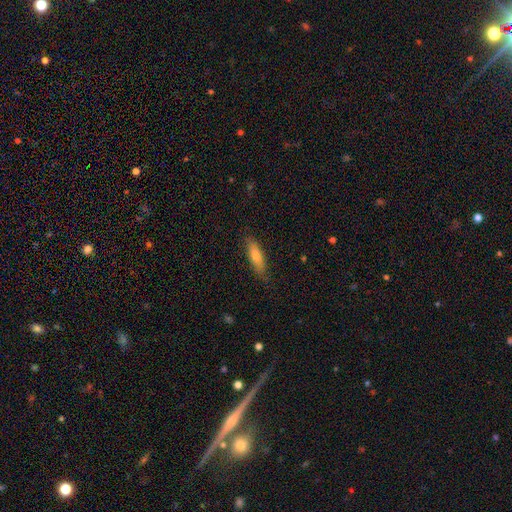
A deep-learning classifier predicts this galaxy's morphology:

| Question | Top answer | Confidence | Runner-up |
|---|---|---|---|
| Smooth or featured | smooth | 67% | featured or disk (26%) |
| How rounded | cigar-shaped | 64% | in between (34%) |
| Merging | none | 82% | minor disturbance (15%) |